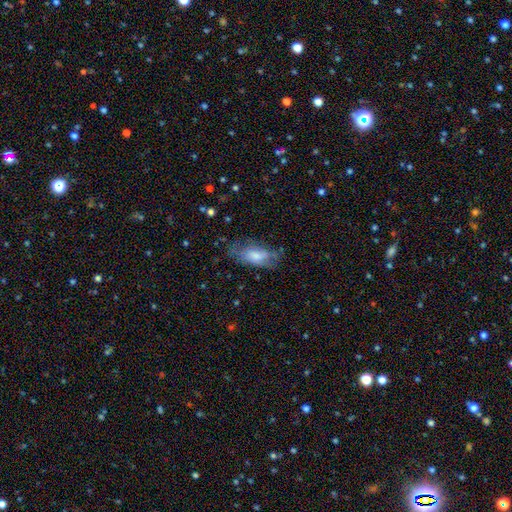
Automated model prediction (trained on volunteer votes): This appears to be a smooth galaxy with no disk features (60%) that is in between round and cigar-shaped (82%). Merging: none (58%).